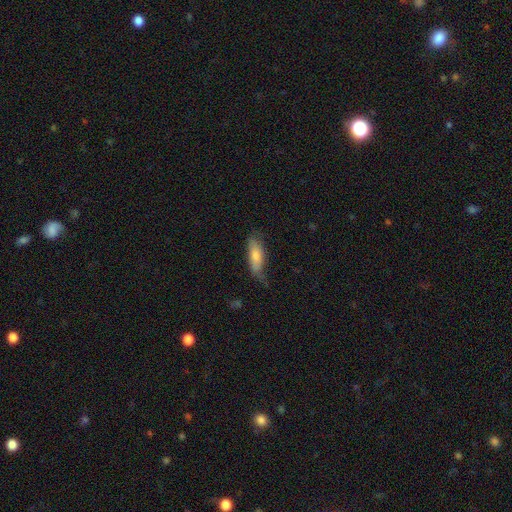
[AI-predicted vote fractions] This appears to be a smooth galaxy with no disk features (60%) that is in between round and cigar-shaped (51%). Merging: none (60%).